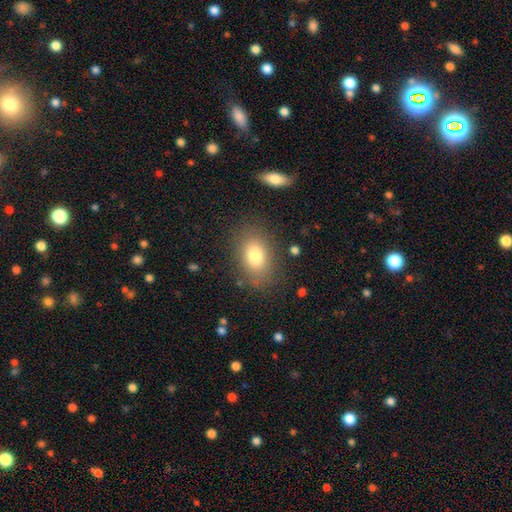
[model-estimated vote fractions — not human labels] Smooth or featured? smooth (78%)
How rounded? in between (83%)
Merging? none (83%)